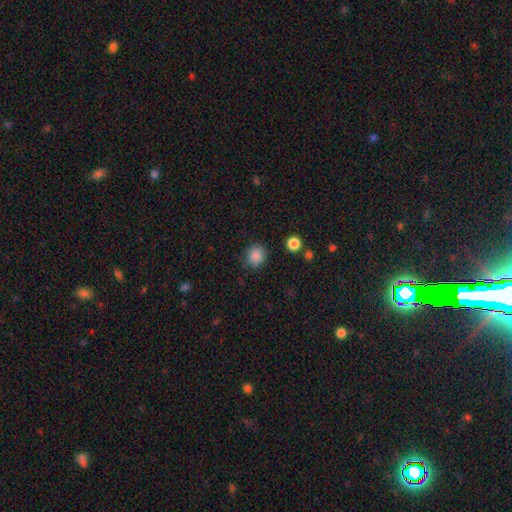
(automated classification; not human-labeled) Smooth or featured: smooth — 86% (star or artifact — 11%)
How rounded: round — 82% (in between — 17%)
Merging: none — 84% (minor disturbance — 11%)